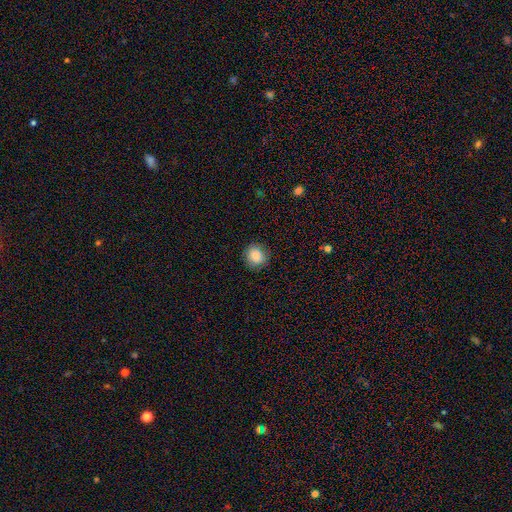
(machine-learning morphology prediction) smooth_or_featured: smooth (p=0.86) [alt: star or artifact p=0.09]
how_rounded: round (p=0.86) [alt: in between p=0.13]
merging: none (p=0.87) [alt: minor disturbance p=0.10]